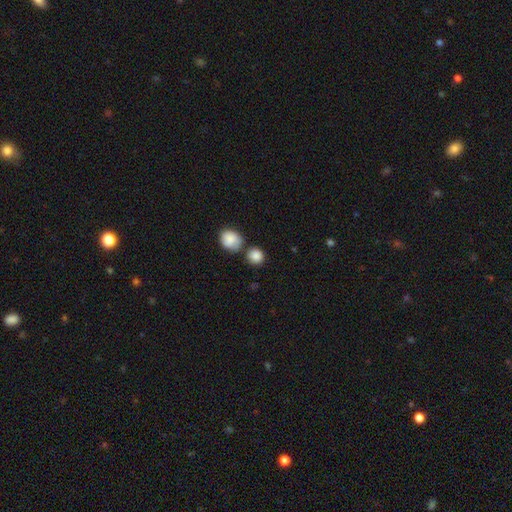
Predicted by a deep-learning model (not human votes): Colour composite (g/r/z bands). It shows a smooth galaxy with no disk features (87%) that is round (83%). Merging: none (64%).